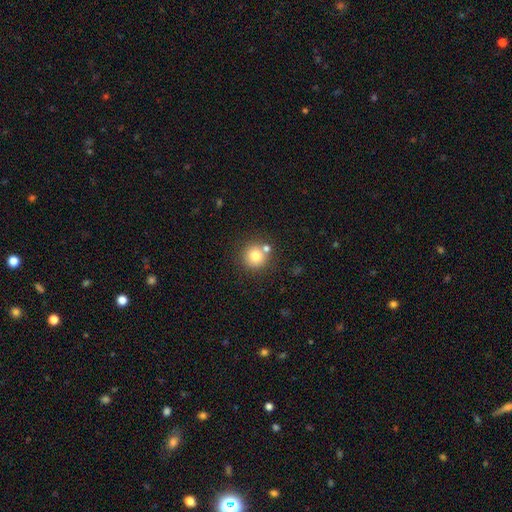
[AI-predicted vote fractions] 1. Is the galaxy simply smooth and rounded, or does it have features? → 78% smooth, 11% star or artifact, 11% featured or disk.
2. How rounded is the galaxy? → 93% round, 6% in between, 1% cigar-shaped.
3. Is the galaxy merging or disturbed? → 72% none, 16% merger, 9% minor disturbance, 3% major disturbance.